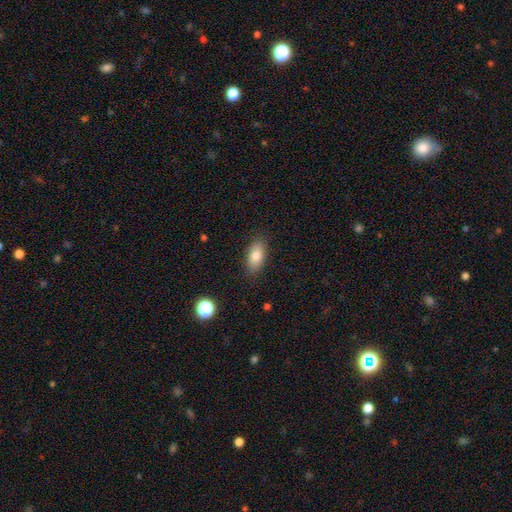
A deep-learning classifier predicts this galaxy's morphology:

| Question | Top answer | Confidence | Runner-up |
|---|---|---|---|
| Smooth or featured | smooth | 83% | featured or disk (9%) |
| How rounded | in between | 89% | cigar-shaped (6%) |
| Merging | none | 85% | minor disturbance (11%) |